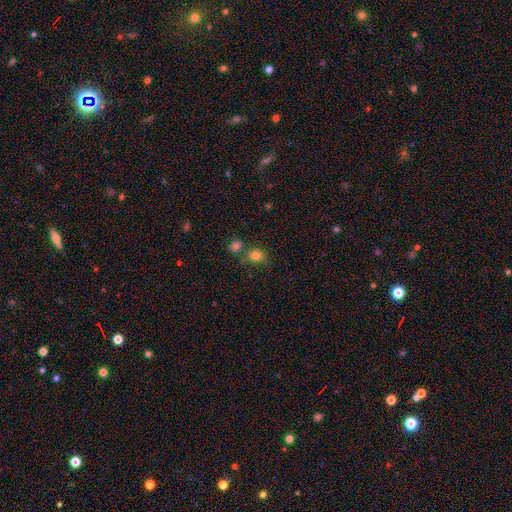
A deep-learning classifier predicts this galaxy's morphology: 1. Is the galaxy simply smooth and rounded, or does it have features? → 80% smooth, 13% star or artifact, 7% featured or disk.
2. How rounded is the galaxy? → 72% round, 27% in between, 1% cigar-shaped.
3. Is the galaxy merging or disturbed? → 61% none, 22% merger, 13% minor disturbance, 4% major disturbance.